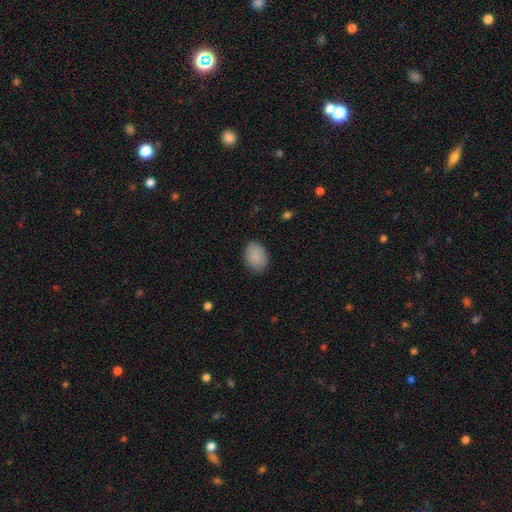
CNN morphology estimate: Smooth or featured: smooth — 89% (star or artifact — 7%)
How rounded: in between — 67% (round — 32%)
Merging: none — 83% (minor disturbance — 14%)